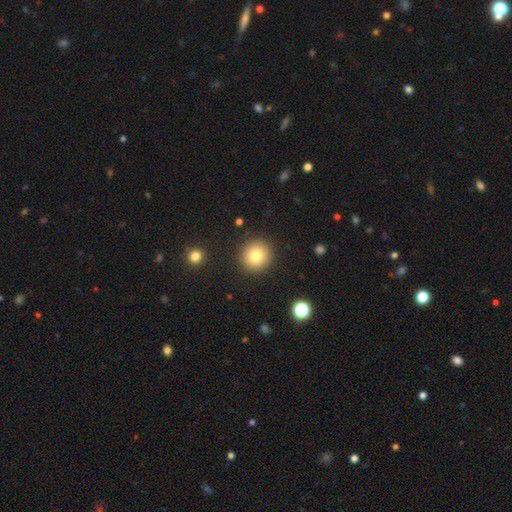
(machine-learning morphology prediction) Smooth or featured? Predicted: smooth (p=0.81). How rounded? Predicted: round (p=0.93). Merging? Predicted: none (p=0.90).